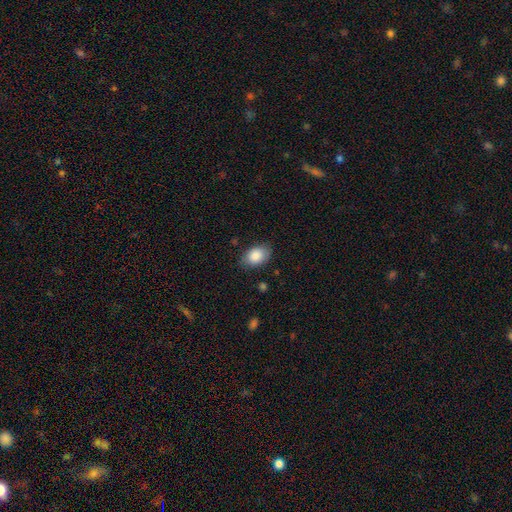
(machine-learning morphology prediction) The model was most divided on "merging": none: 80%, minor disturbance: 15%, major disturbance: 3%, merger: 1%. More confident: smooth or featured — smooth (87%); how rounded — in between (86%).